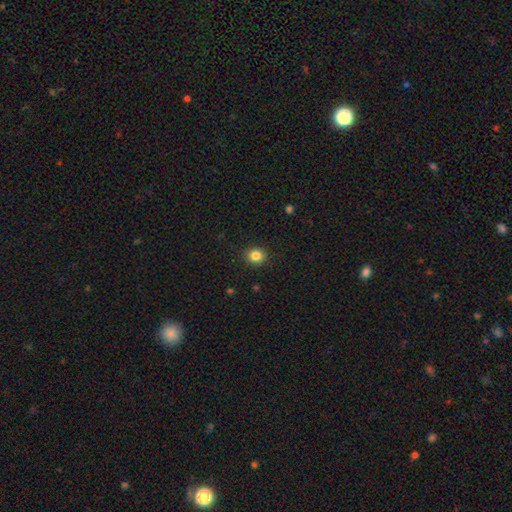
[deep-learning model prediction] smooth_or_featured: smooth (p=0.84) [alt: star or artifact p=0.11]
how_rounded: round (p=0.86) [alt: in between p=0.13]
merging: none (p=0.91) [alt: minor disturbance p=0.06]